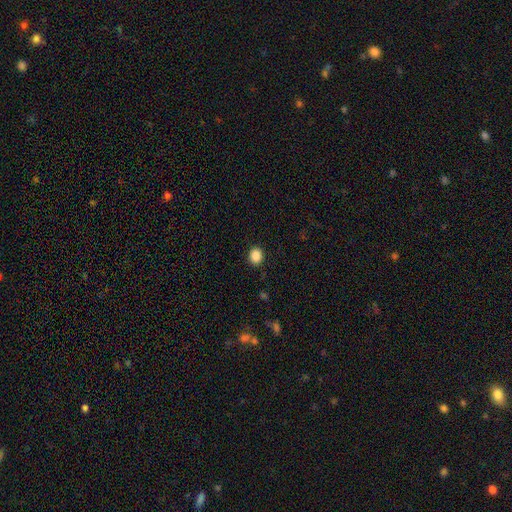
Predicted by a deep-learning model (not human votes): Smooth or featured? smooth (87%)
How rounded? round (60%)
Merging? none (90%)